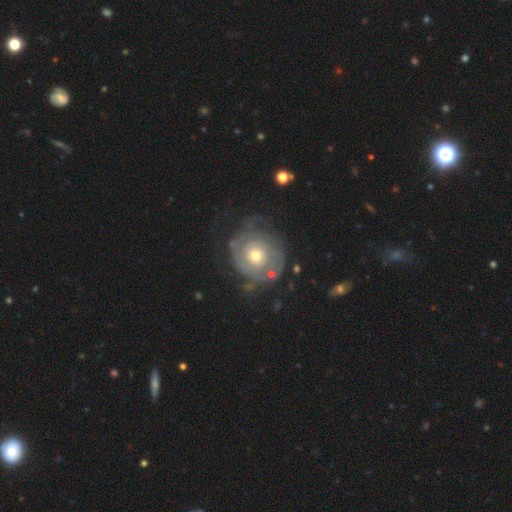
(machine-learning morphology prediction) Q: Smooth or featured?
A: featured or disk (75%); runner-up: smooth (19%)
Q: Edge-on disk?
A: no (97%); runner-up: yes (3%)
Q: Bar?
A: no (85%); runner-up: weak (12%)
Q: Spiral arms?
A: yes (83%); runner-up: no (17%)
Q: Spiral winding?
A: tight (75%); runner-up: medium (18%)
Q: Spiral arm count?
A: can't tell (41%); runner-up: 2 (33%)
Q: Bulge size?
A: moderate (56%); runner-up: small (37%)
Q: Merging?
A: none (64%); runner-up: minor disturbance (20%)